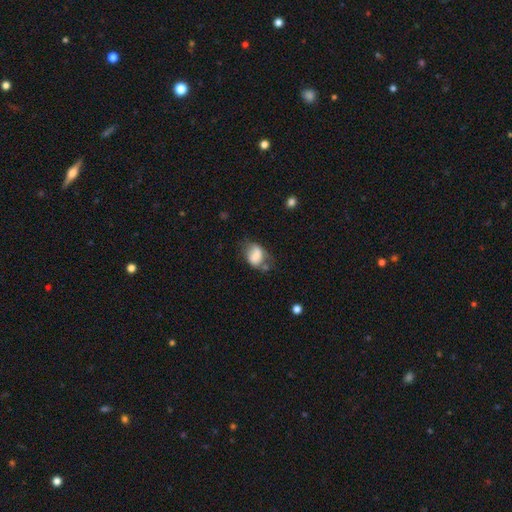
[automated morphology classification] smooth_or_featured: smooth (p=0.71) [alt: featured or disk p=0.21]
how_rounded: in between (p=0.74) [alt: round p=0.25]
merging: none (p=0.37) [alt: minor disturbance p=0.33]